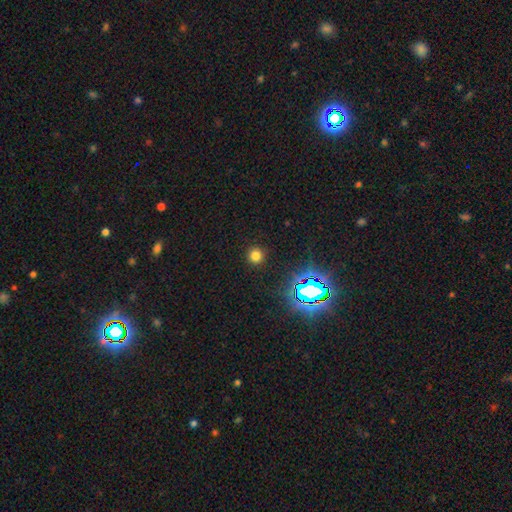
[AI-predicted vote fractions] Smooth or featured? smooth (72%)
How rounded? round (94%)
Merging? none (91%)